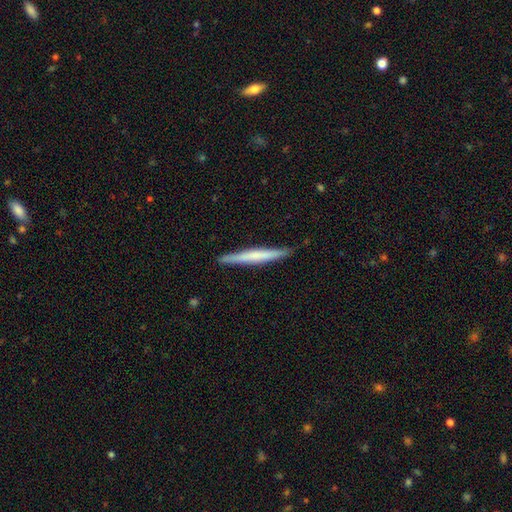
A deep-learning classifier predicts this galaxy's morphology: A smooth galaxy with no disk features (51%) that is cigar-shaped (96%). Merging: none (89%).